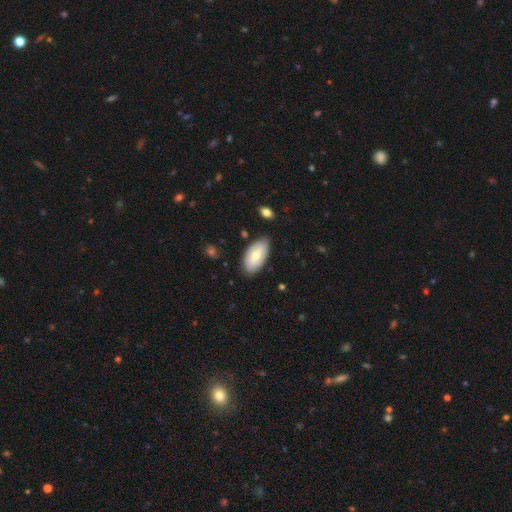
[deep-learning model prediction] A smooth galaxy with no disk features (62%) that is in between round and cigar-shaped (94%).

Vote fractions:
- Smooth or featured? smooth: 62% / featured or disk: 32% / star or artifact: 6%
- How rounded? in between: 94% / round: 3% / cigar-shaped: 2%
- Merging? none: 80% / minor disturbance: 15% / major disturbance: 3% / merger: 2%